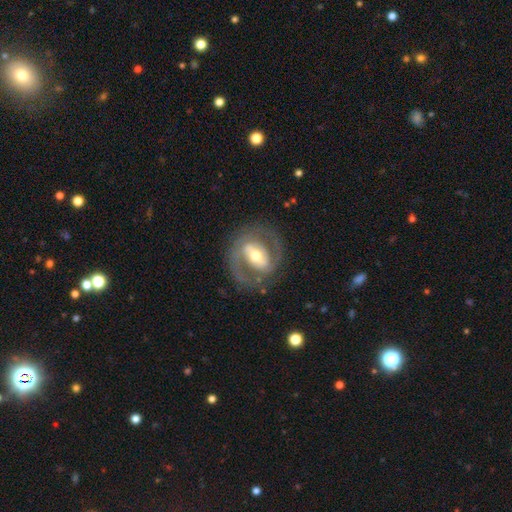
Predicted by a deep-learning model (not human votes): Morphology: type=featured or disk (82%); edge-on=no (96%); bar=strong (44%); spiral arms=yes (84%); winding=medium (51%); arm count=2 (87%); bulge=moderate (66%); merging=none (77%).